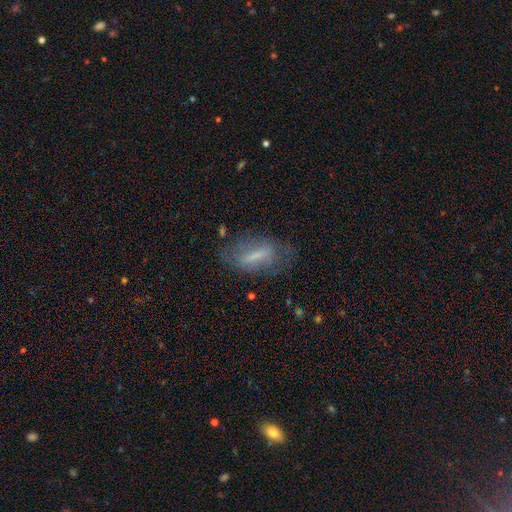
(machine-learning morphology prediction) This appears to be a featured or disk galaxy (46%). Merging: none (60%).